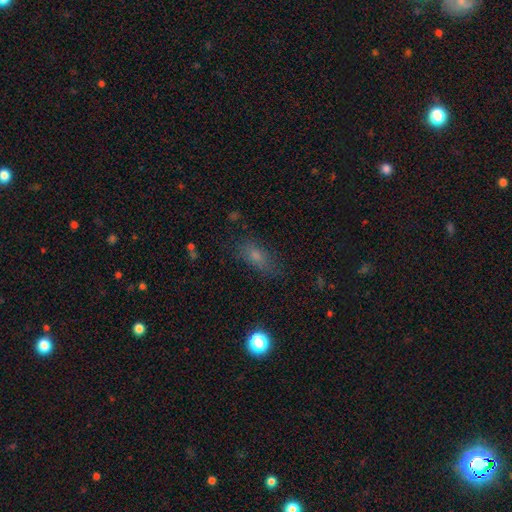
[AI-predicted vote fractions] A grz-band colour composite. It shows a smooth galaxy with no disk features (62%) that is in between round and cigar-shaped (68%). Merging: none (75%).